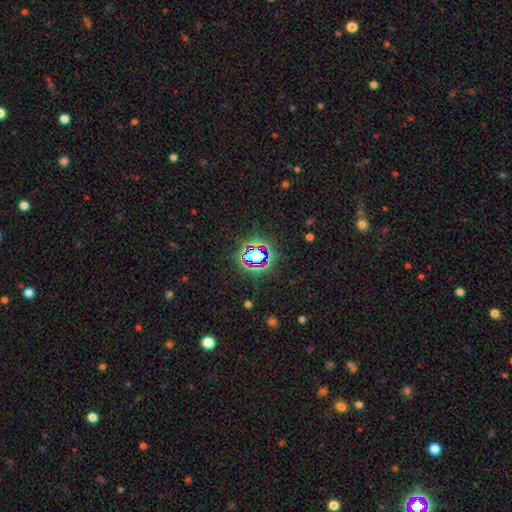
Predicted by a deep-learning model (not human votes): Morphology: type=star or artifact (73%).